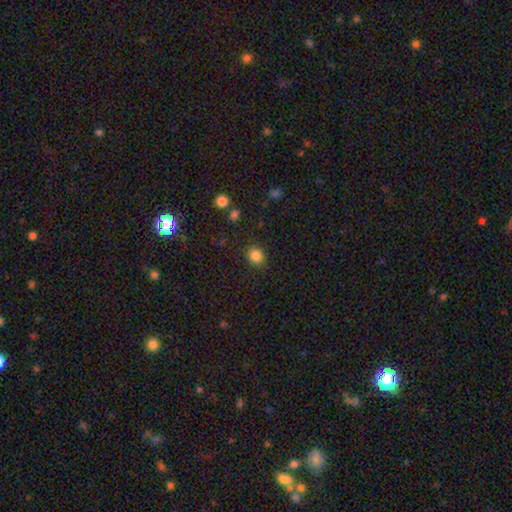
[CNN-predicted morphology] smooth_or_featured: smooth (p=0.85) [alt: star or artifact p=0.11]
how_rounded: round (p=0.78) [alt: in between p=0.21]
merging: none (p=0.88) [alt: minor disturbance p=0.08]